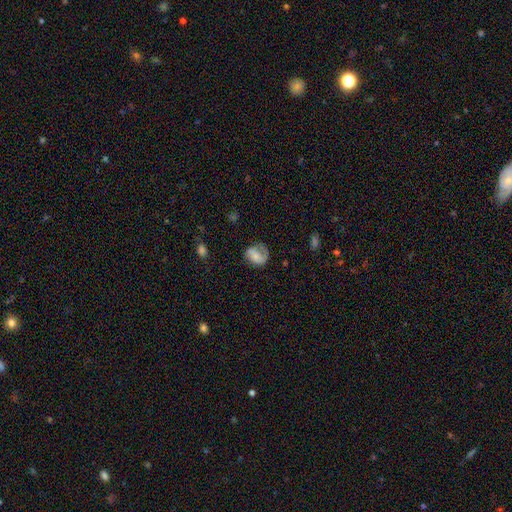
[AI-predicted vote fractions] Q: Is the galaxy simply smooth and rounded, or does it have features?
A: featured or disk — 51%.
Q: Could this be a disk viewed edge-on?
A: no — 97%.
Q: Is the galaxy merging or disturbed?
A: none — 53%.